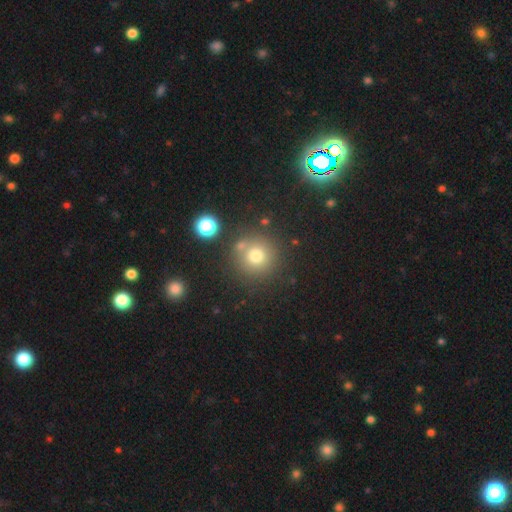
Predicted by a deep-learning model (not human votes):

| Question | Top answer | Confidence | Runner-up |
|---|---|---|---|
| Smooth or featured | smooth | 74% | star or artifact (16%) |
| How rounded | round | 94% | in between (5%) |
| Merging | none | 77% | merger (11%) |